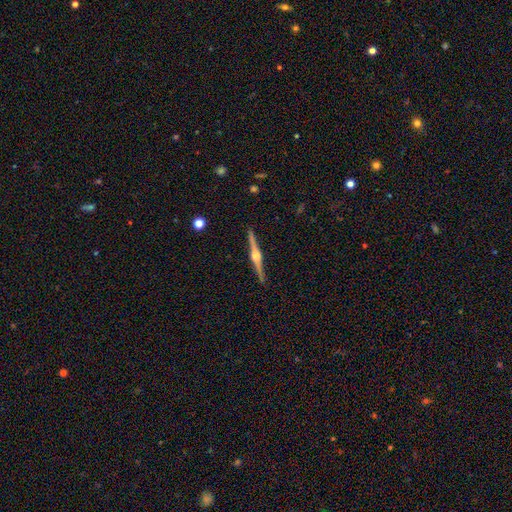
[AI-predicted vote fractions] Smooth or featured? featured or disk (86%)
Edge-on disk? yes (99%)
Edge-on bulge? rounded (92%)
Merging? none (92%)